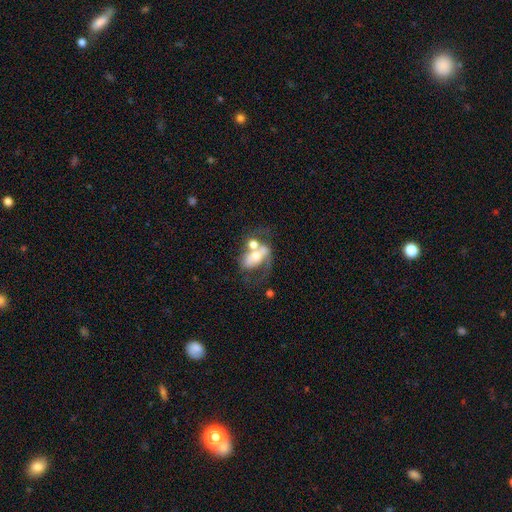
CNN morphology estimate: Smooth or featured: featured or disk — 58% (smooth — 33%)
Edge-on disk: no — 94% (yes — 6%)
Bar: no — 58% (weak — 23%)
Spiral arms: yes — 54% (no — 46%)
Bulge size: moderate — 58% (small — 24%)
Merging: merger — 48% (none — 22%)